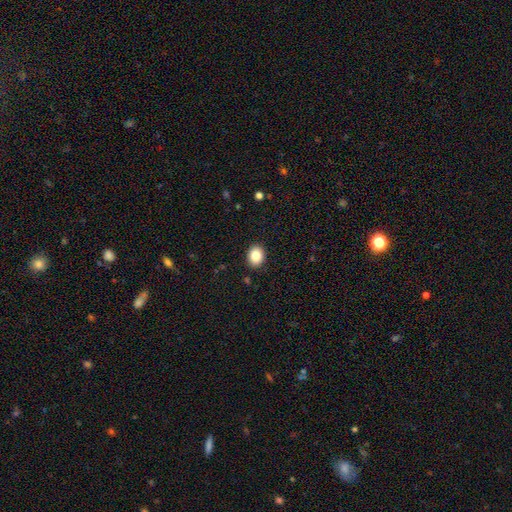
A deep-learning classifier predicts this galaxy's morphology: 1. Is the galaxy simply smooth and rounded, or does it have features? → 86% smooth, 9% star or artifact, 5% featured or disk.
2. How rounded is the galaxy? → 51% in between, 48% round, 1% cigar-shaped.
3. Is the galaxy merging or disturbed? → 90% none, 7% minor disturbance, 2% major disturbance, 1% merger.